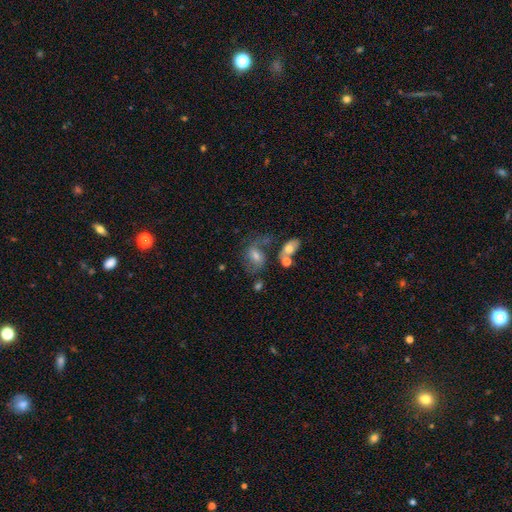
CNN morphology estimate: Q: Smooth or featured?
A: featured or disk (50%); runner-up: smooth (37%)
Q: Merging?
A: none (45%); runner-up: merger (19%)